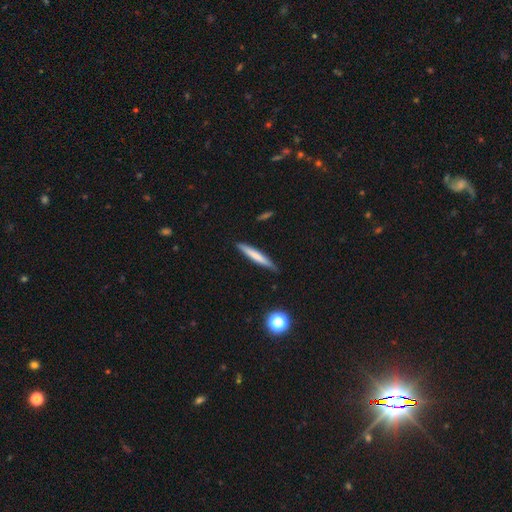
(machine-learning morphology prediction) Smooth or featured?
  - smooth: 66% *
  - featured or disk: 28%
  - star or artifact: 6%
How rounded?
  - cigar-shaped: 94% *
  - in between: 4%
  - round: 1%
Merging?
  - none: 82% *
  - minor disturbance: 15%
  - major disturbance: 2%
  - merger: 2%